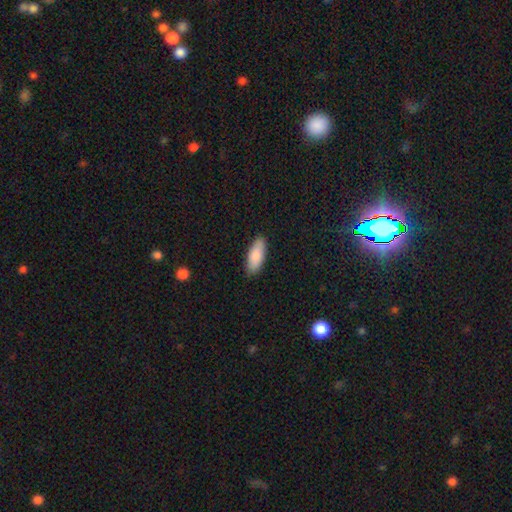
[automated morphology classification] A smooth galaxy with no disk features (86%) that is in between round and cigar-shaped (79%).

Vote fractions:
- Smooth or featured? smooth: 86% / featured or disk: 9% / star or artifact: 6%
- How rounded? in between: 79% / cigar-shaped: 20% / round: 2%
- Merging? none: 87% / minor disturbance: 10% / major disturbance: 2% / merger: 1%